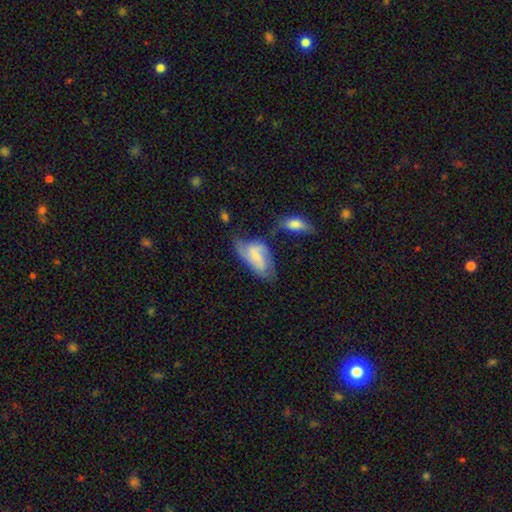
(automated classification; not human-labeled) Overall: smooth (48%; featured or disk 44%). Merging: none (35%; minor disturbance 30%).